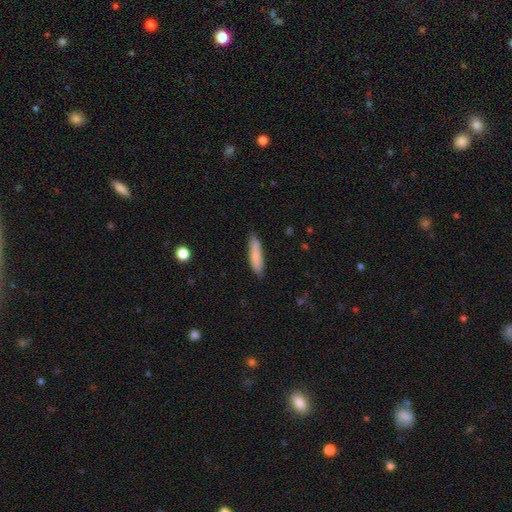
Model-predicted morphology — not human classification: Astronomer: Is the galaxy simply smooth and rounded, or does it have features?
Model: smooth — 81%.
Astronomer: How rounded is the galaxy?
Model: cigar-shaped — 75%.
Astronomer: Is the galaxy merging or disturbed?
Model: none — 82%.